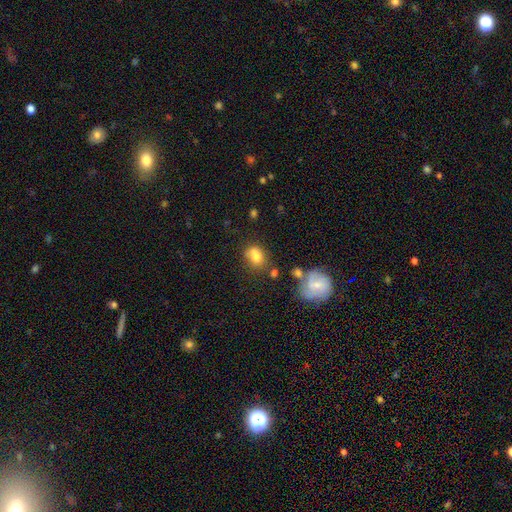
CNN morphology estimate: Overall: smooth (71%). How rounded: in between (56%; round 42%). Merging: none (41%; merger 31%).